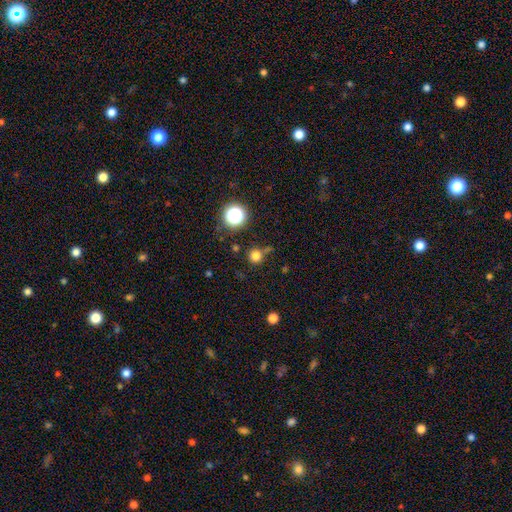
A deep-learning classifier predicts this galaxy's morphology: smooth-or-featured: smooth: 77% | star or artifact: 18% | featured or disk: 5%
  how-rounded: round: 94% | in between: 5% | cigar-shaped: 1%
  merging: none: 76% | minor disturbance: 10% | merger: 10% | major disturbance: 4%